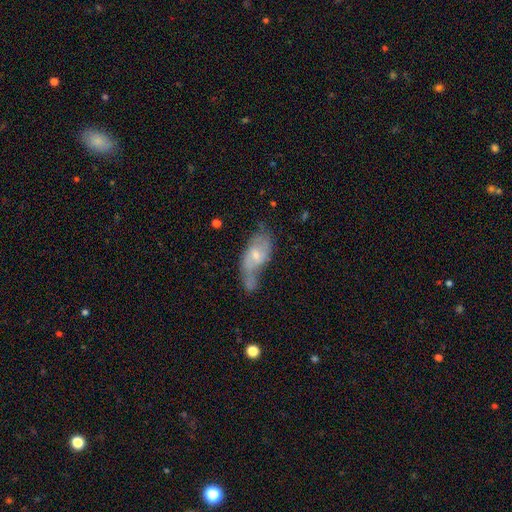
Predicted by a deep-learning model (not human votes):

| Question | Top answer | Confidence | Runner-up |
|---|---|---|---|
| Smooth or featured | featured or disk | 61% | smooth (32%) |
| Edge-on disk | no | 91% | yes (9%) |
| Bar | weak | 51% | no (38%) |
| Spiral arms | yes | 76% | no (24%) |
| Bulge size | small | 47% | moderate (41%) |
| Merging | none | 34% | minor disturbance (27%) |